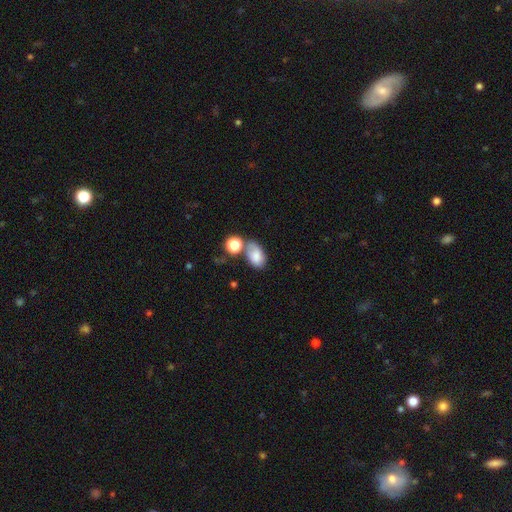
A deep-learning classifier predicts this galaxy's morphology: smooth_or_featured: smooth (p=0.77) [alt: featured or disk p=0.14]
how_rounded: in between (p=0.88) [alt: round p=0.11]
merging: none (p=0.43) [alt: merger p=0.28]